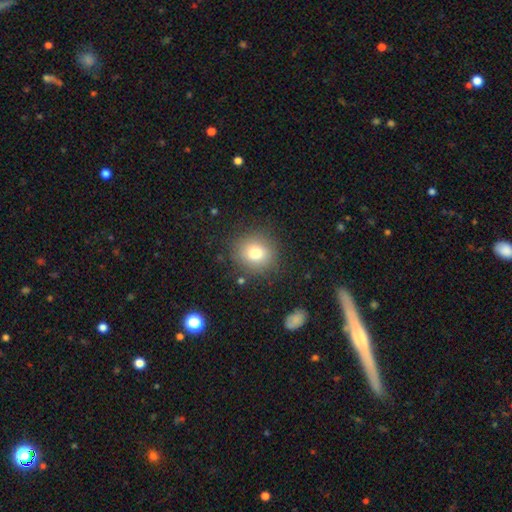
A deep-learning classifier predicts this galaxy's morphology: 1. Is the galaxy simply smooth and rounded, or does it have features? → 78% smooth, 12% star or artifact, 10% featured or disk.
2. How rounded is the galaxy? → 87% round, 12% in between, 1% cigar-shaped.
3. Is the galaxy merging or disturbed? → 87% none, 9% minor disturbance, 3% major disturbance, 2% merger.